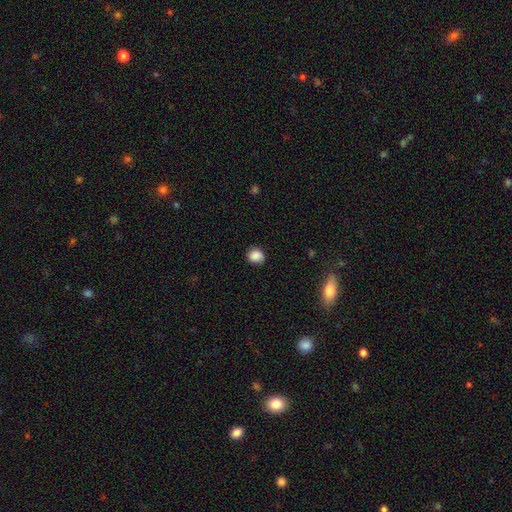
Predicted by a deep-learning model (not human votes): Smooth or featured?
  - smooth: 88% *
  - star or artifact: 9%
  - featured or disk: 3%
How rounded?
  - round: 74% *
  - in between: 25%
  - cigar-shaped: 1%
Merging?
  - none: 86% *
  - minor disturbance: 10%
  - major disturbance: 2%
  - merger: 1%